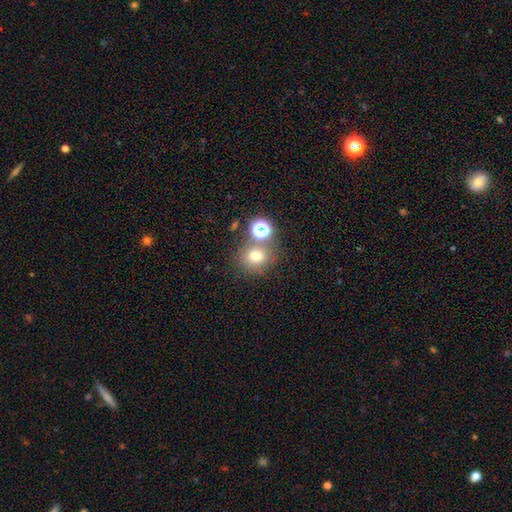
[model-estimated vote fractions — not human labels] The model was most divided on "merging": none: 64%, merger: 20%, minor disturbance: 11%, major disturbance: 5%. More confident: how rounded — round (74%); smooth or featured — smooth (71%).